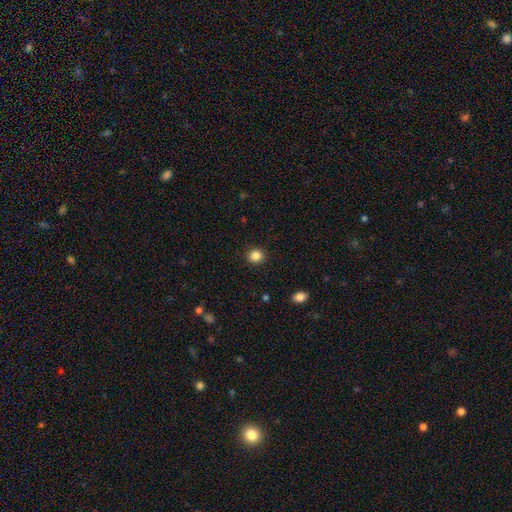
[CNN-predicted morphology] smooth-or-featured: smooth: 86% | star or artifact: 11% | featured or disk: 4%
  how-rounded: round: 86% | in between: 13% | cigar-shaped: 1%
  merging: none: 91% | minor disturbance: 6% | major disturbance: 2% | merger: 1%